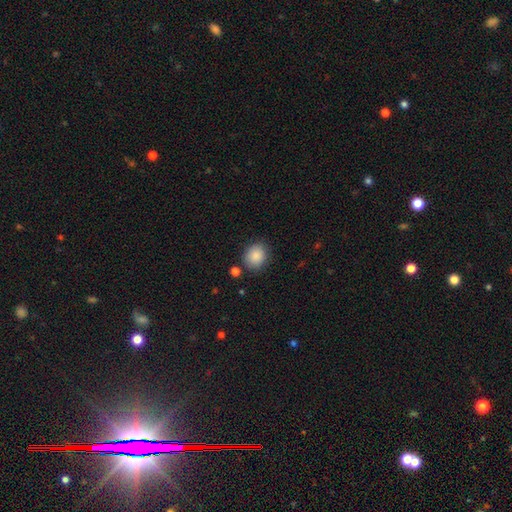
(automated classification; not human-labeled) This appears to be a smooth galaxy with no disk features (88%) that is round (67%). Merging: none (81%).